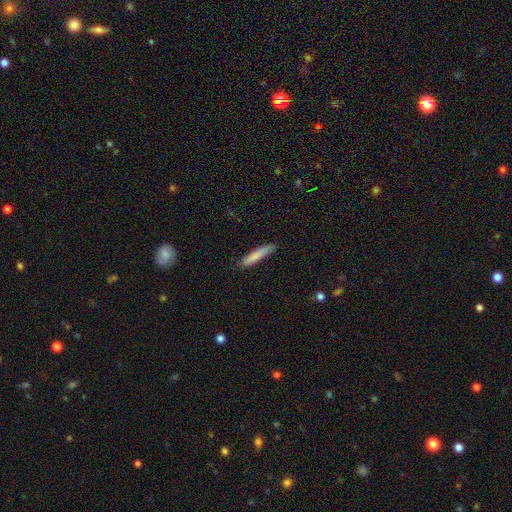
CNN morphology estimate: smooth-or-featured: smooth: 79% | featured or disk: 15% | star or artifact: 6%
  how-rounded: cigar-shaped: 91% | in between: 8% | round: 1%
  merging: none: 83% | minor disturbance: 14% | major disturbance: 2% | merger: 1%